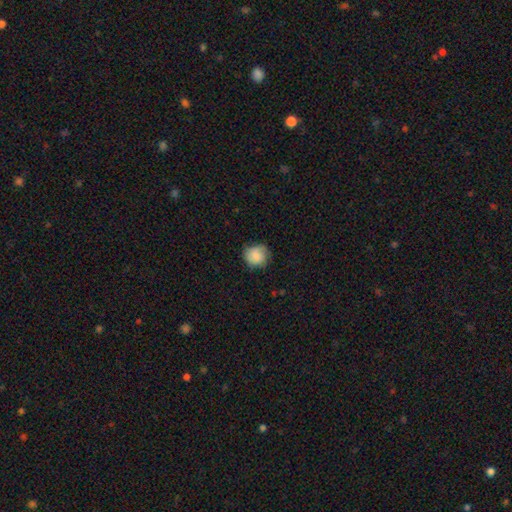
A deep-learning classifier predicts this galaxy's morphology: Overall: smooth (81%). How rounded: round (85%). Merging: none (72%).